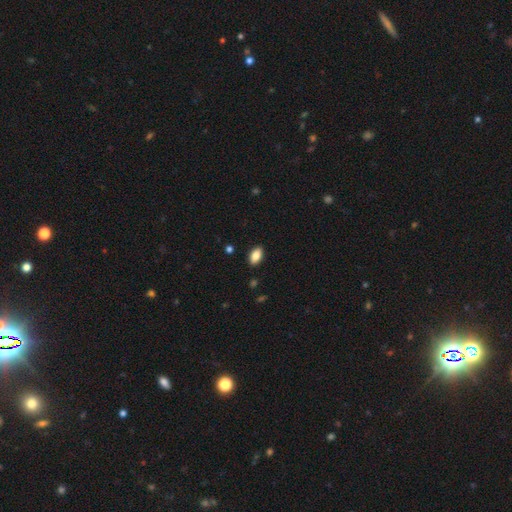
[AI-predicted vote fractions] Smooth or featured? smooth (86%)
How rounded? in between (93%)
Merging? none (90%)